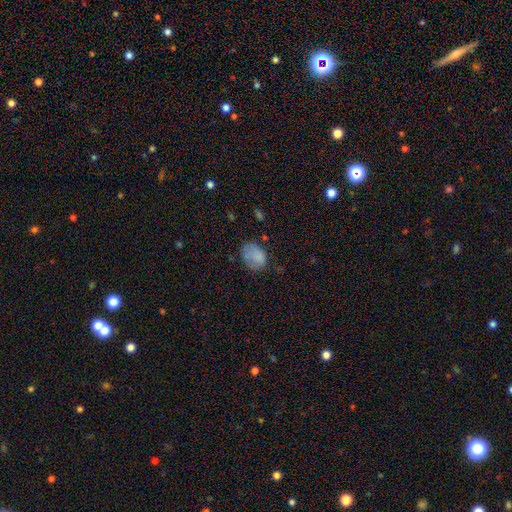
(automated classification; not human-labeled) A smooth galaxy with no disk features (80%) that is in between round and cigar-shaped (66%). Merging: none (59%).